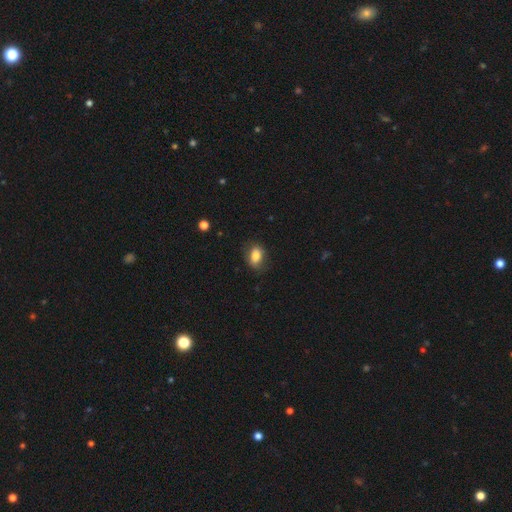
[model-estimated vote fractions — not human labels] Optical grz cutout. It shows a smooth galaxy with no disk features (80%) that is in between round and cigar-shaped (79%). Merging: none (76%).